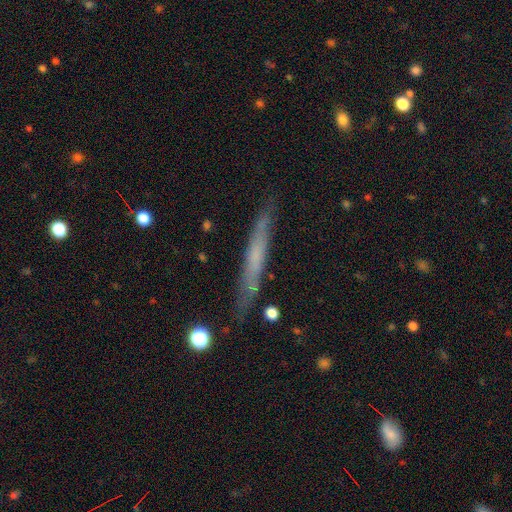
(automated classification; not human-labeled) smooth-or-featured: smooth: 47% | featured or disk: 45% | star or artifact: 7%
  merging: none: 80% | minor disturbance: 14% | major disturbance: 3% | merger: 2%